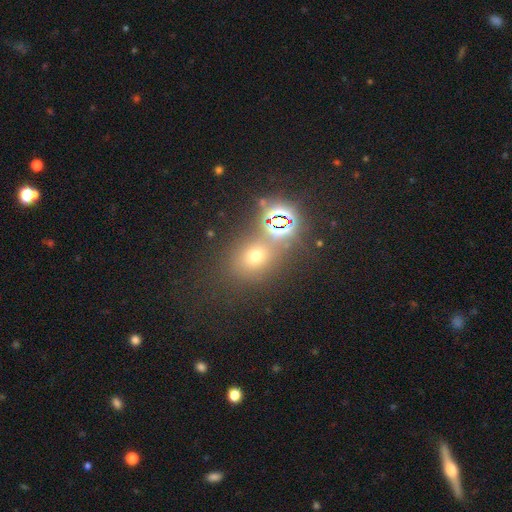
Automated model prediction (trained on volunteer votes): A smooth galaxy with no disk features (49%). Merging: none (66%).